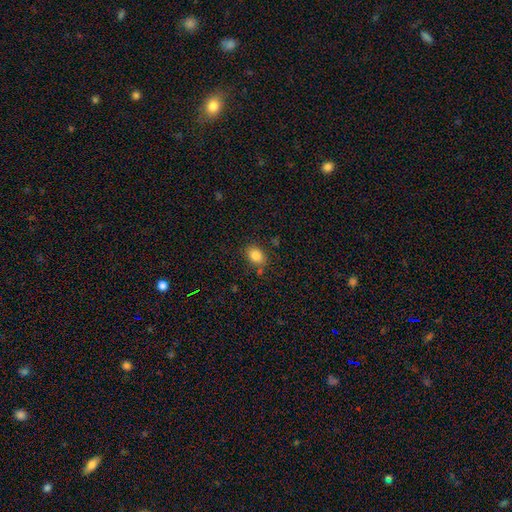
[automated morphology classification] smooth-or-featured: smooth: 84% | star or artifact: 10% | featured or disk: 7%
  how-rounded: in between: 72% | round: 27% | cigar-shaped: 1%
  merging: none: 81% | minor disturbance: 12% | merger: 4% | major disturbance: 3%